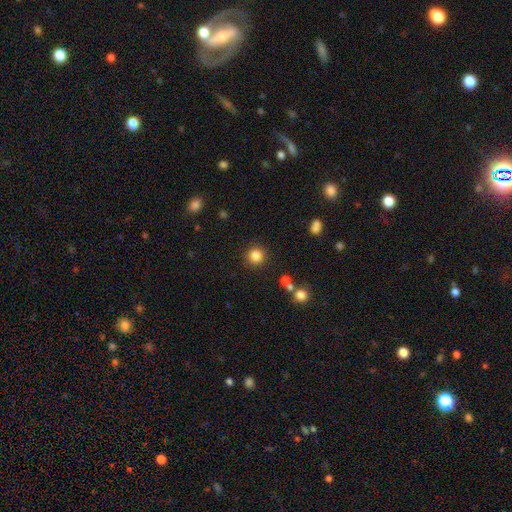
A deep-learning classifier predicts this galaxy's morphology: Smooth or featured? smooth (84%)
How rounded? round (93%)
Merging? none (88%)